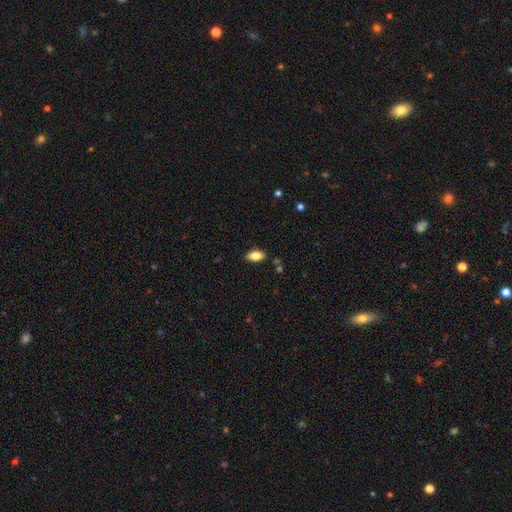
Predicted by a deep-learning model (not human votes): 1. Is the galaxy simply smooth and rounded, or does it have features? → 83% smooth, 9% featured or disk, 8% star or artifact.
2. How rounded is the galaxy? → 92% in between, 4% cigar-shaped, 4% round.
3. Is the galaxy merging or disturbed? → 85% none, 11% minor disturbance, 2% major disturbance, 2% merger.